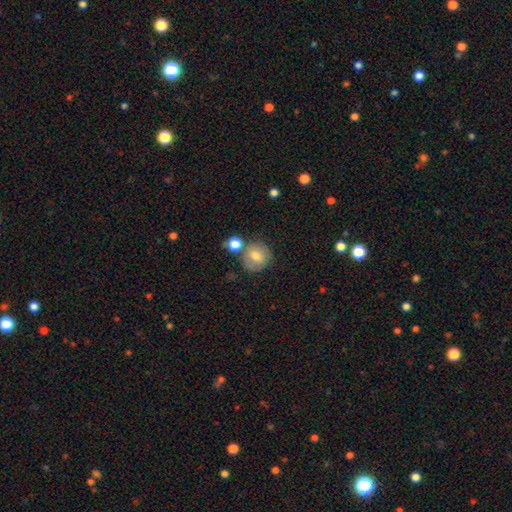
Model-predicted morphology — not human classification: Smooth or featured?
  - smooth: 73% *
  - featured or disk: 18%
  - star or artifact: 9%
How rounded?
  - round: 89% *
  - in between: 10%
  - cigar-shaped: 1%
Merging?
  - none: 66% *
  - merger: 17%
  - minor disturbance: 13%
  - major disturbance: 4%